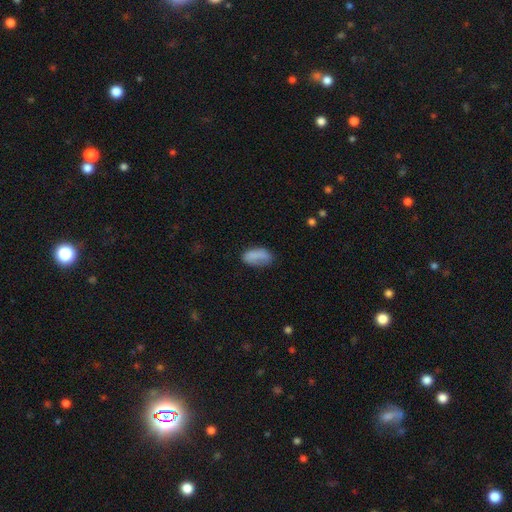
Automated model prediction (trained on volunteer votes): Morphology: type=smooth (80%); roundness=in between (91%); merging=none (55%).